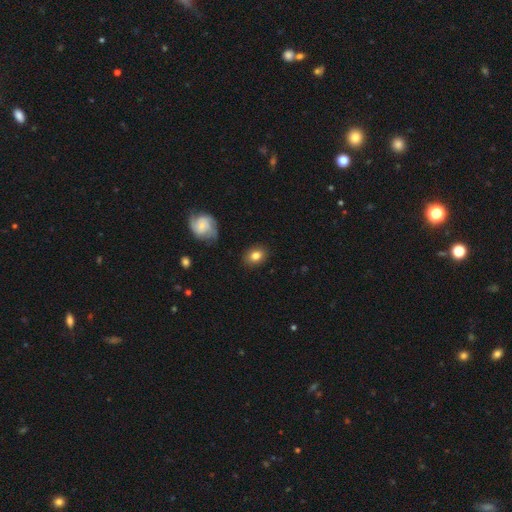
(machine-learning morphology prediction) Smooth or featured? smooth (80%)
How rounded? in between (61%)
Merging? none (85%)